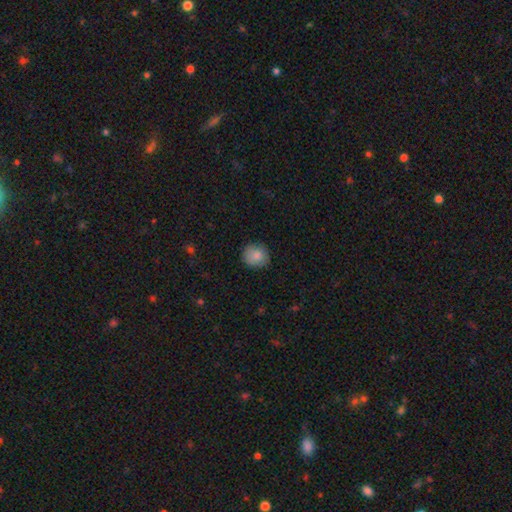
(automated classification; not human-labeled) This is clearly a smooth galaxy (85%). How rounded: clearly round (87%). Merging: clearly none (86%).